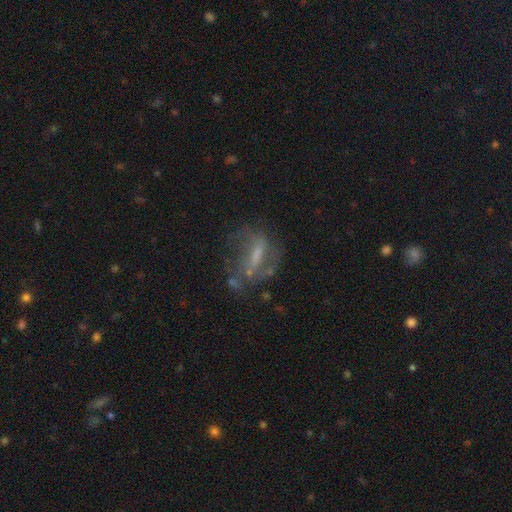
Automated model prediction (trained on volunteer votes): smooth_or_featured: featured or disk (p=0.64) [alt: smooth p=0.24]
disk_edge_on: no (p=0.88) [alt: yes p=0.12]
bar: strong (p=0.44) [alt: weak p=0.35]
has_spiral_arms: yes (p=0.56) [alt: no p=0.44]
bulge_size: small (p=0.33) [tied with: none p=0.33]
merging: none (p=0.50) [alt: major disturbance p=0.24]